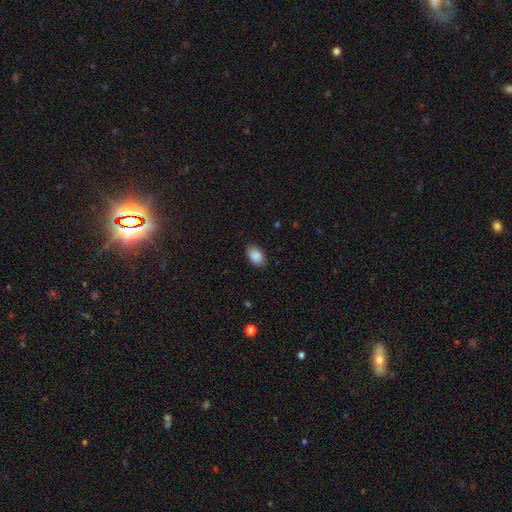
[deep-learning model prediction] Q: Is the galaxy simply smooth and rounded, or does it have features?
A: smooth — 89%.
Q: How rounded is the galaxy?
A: in between — 89%.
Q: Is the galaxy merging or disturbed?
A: none — 86%.